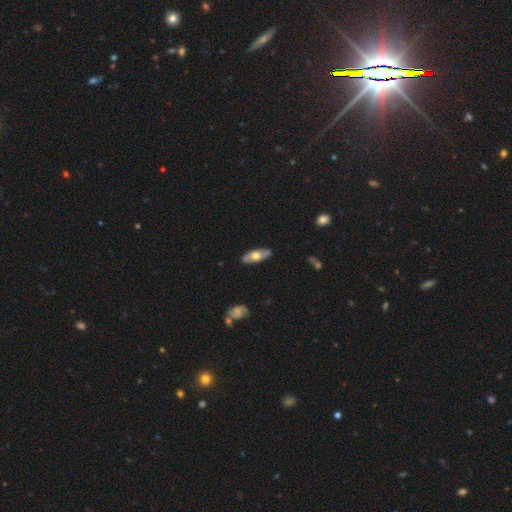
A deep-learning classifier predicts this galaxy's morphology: This is possibly a smooth galaxy (51%). How rounded: likely in between (80%). Merging: clearly none (85%).